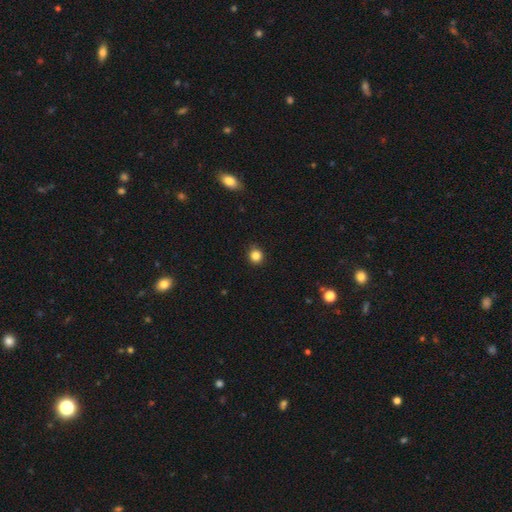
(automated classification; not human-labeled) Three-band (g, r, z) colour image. It shows a smooth galaxy with no disk features (84%) that is round (89%). Merging: none (88%).